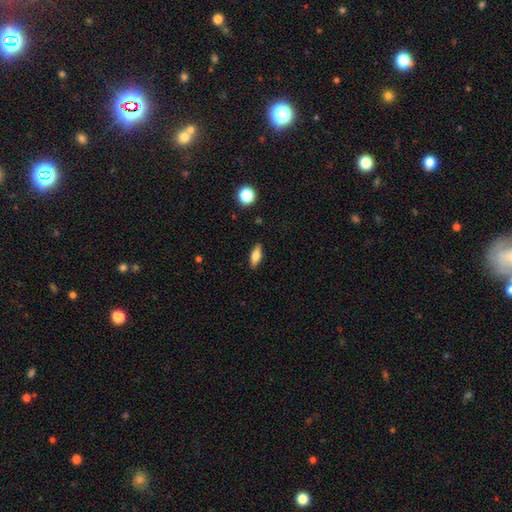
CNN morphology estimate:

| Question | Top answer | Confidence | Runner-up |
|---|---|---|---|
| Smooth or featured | smooth | 66% | featured or disk (26%) |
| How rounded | in between | 71% | cigar-shaped (25%) |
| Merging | none | 88% | minor disturbance (9%) |